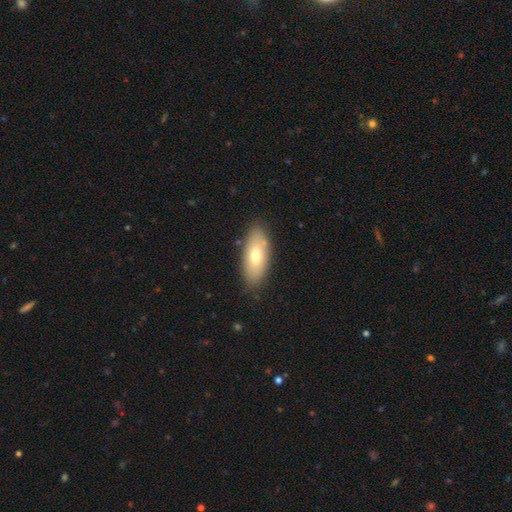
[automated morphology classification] A smooth galaxy with no disk features (69%) that is in between round and cigar-shaped (85%).

Vote fractions:
- Smooth or featured? smooth: 69% / featured or disk: 24% / star or artifact: 7%
- How rounded? in between: 85% / cigar-shaped: 12% / round: 3%
- Merging? none: 83% / minor disturbance: 12% / major disturbance: 3% / merger: 2%